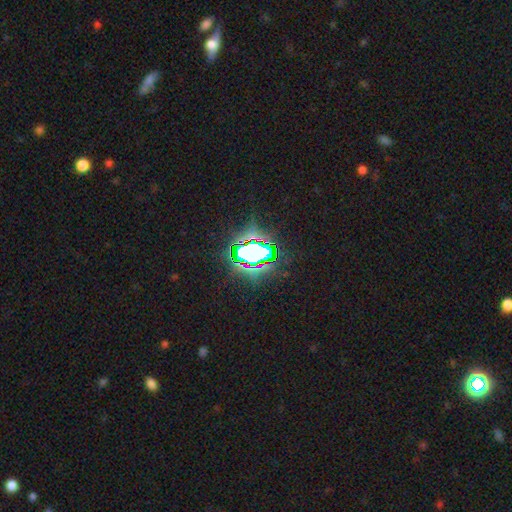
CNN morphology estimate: A star or artifact, not a galaxy (80%).

Vote fractions:
- Smooth or featured? star or artifact: 80% / smooth: 12% / featured or disk: 8%